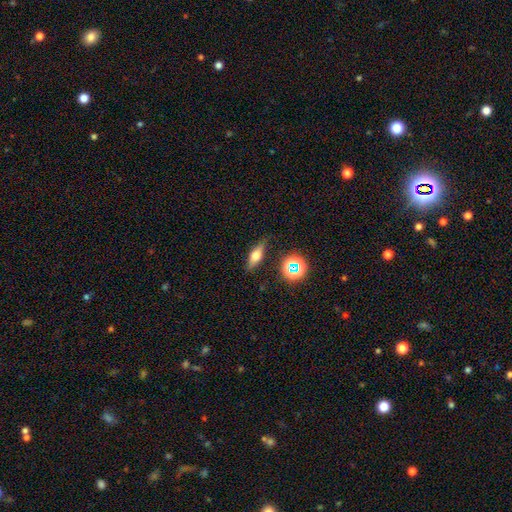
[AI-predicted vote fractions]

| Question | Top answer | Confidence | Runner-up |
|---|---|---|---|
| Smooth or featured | smooth | 48% | featured or disk (41%) |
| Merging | none | 83% | minor disturbance (12%) |